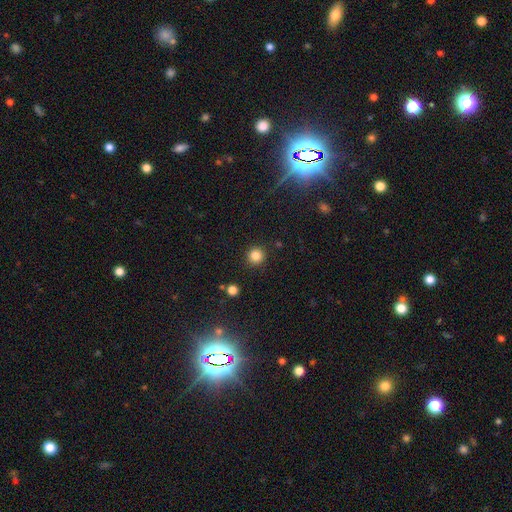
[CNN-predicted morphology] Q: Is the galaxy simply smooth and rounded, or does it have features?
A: smooth — 83%.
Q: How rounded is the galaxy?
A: round — 94%.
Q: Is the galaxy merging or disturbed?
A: none — 91%.